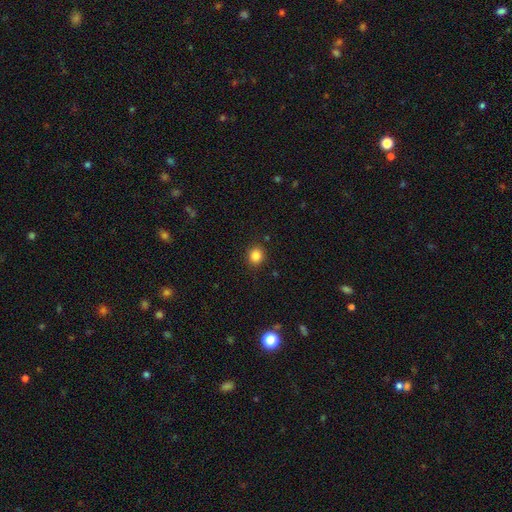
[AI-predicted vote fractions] This is clearly a smooth galaxy (84%). How rounded: clearly round (85%). Merging: clearly none (90%).